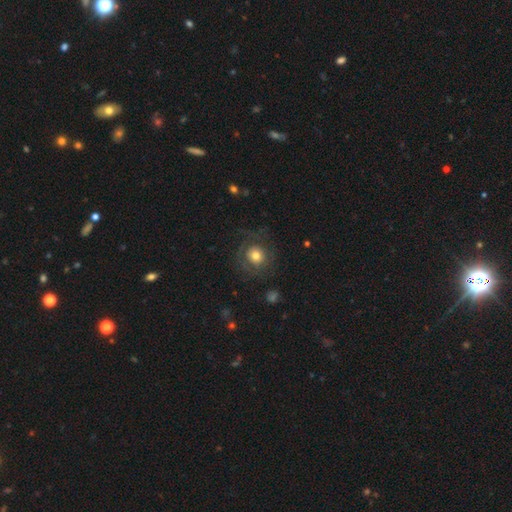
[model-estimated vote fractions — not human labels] Q: Smooth or featured?
A: smooth (54%); runner-up: featured or disk (35%)
Q: How rounded?
A: round (89%); runner-up: in between (10%)
Q: Merging?
A: none (69%); runner-up: major disturbance (16%)